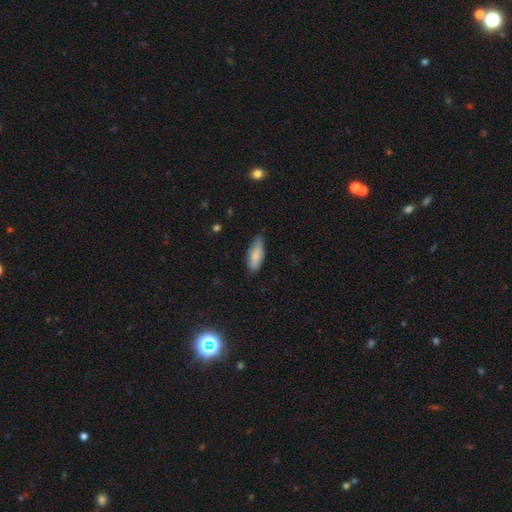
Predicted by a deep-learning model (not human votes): smooth_or_featured: smooth (p=0.81) [alt: featured or disk p=0.13]
how_rounded: in between (p=0.71) [alt: cigar-shaped p=0.27]
merging: none (p=0.70) [alt: minor disturbance p=0.25]